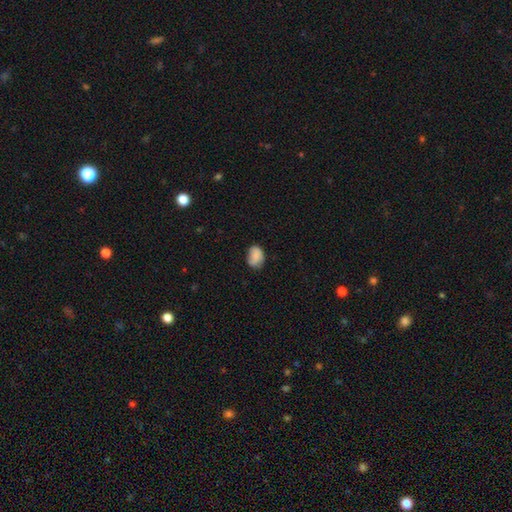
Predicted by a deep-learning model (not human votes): smooth-or-featured: smooth: 83% | featured or disk: 9% | star or artifact: 8%
  how-rounded: in between: 71% | round: 28% | cigar-shaped: 1%
  merging: none: 65% | minor disturbance: 28% | major disturbance: 6% | merger: 2%